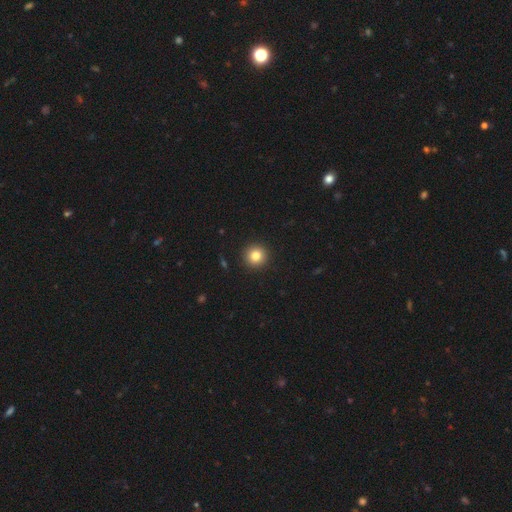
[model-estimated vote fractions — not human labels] A smooth galaxy with no disk features (82%) that is round (95%).

Vote fractions:
- Smooth or featured? smooth: 82% / star or artifact: 11% / featured or disk: 7%
- How rounded? round: 95% / in between: 4% / cigar-shaped: 1%
- Merging? none: 93% / minor disturbance: 5% / major disturbance: 2% / merger: 1%